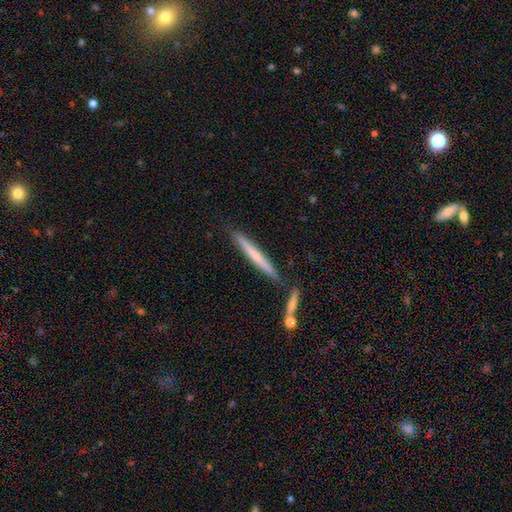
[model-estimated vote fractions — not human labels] smooth 51%, featured or disk 44%, star or artifact 6%. Down the decision tree: how rounded — cigar-shaped (96%); merging — none (80%).